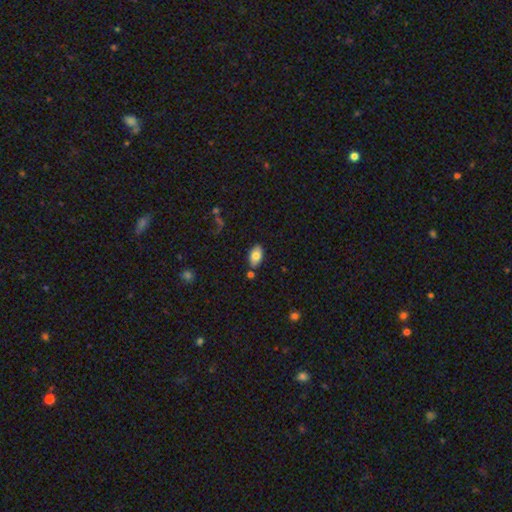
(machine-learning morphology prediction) This appears to be a smooth galaxy with no disk features (81%) that is in between round and cigar-shaped (93%). Merging: none (80%).